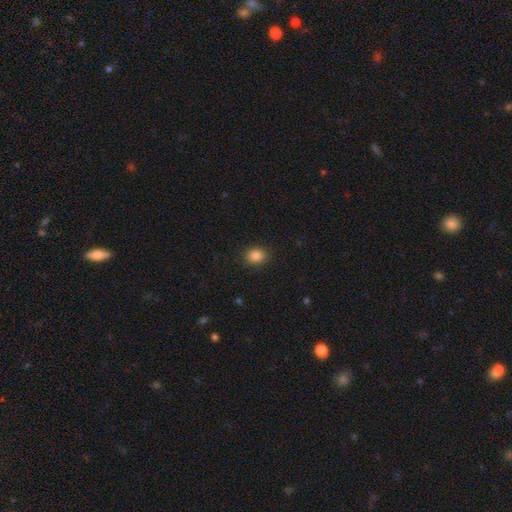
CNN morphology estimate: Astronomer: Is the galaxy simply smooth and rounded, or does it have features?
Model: smooth — 85%.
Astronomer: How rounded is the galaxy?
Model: round — 54% (runner-up: in between, 45%).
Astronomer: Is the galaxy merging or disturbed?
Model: none — 89%.